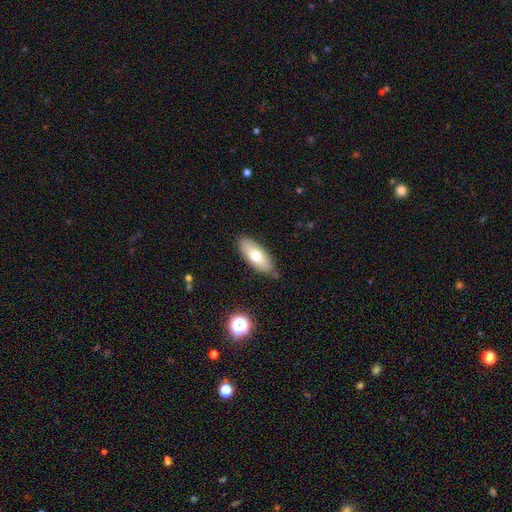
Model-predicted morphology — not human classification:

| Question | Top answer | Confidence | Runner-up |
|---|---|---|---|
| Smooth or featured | smooth | 70% | featured or disk (23%) |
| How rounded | in between | 80% | cigar-shaped (18%) |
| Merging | none | 80% | minor disturbance (15%) |